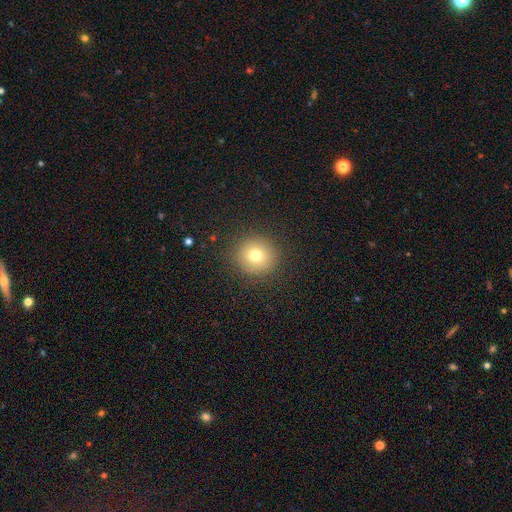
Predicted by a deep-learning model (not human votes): smooth_or_featured: smooth (p=0.75) [alt: star or artifact p=0.13]
how_rounded: round (p=0.91) [alt: in between p=0.08]
merging: none (p=0.89) [alt: minor disturbance p=0.07]